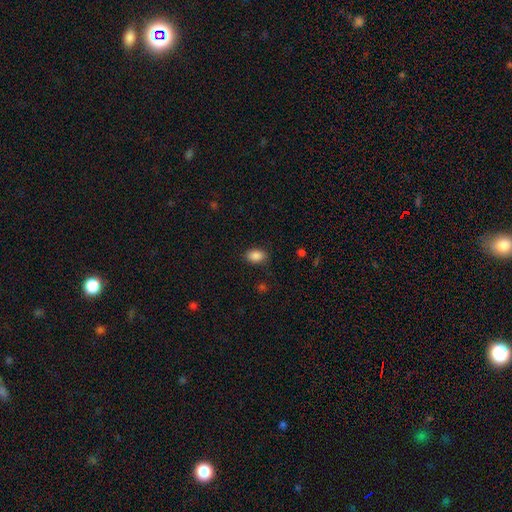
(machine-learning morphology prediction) A smooth galaxy with no disk features (88%) that is in between round and cigar-shaped (86%).

Vote fractions:
- Smooth or featured? smooth: 88% / star or artifact: 9% / featured or disk: 4%
- How rounded? in between: 86% / round: 13% / cigar-shaped: 1%
- Merging? none: 85% / minor disturbance: 11% / major disturbance: 3% / merger: 1%